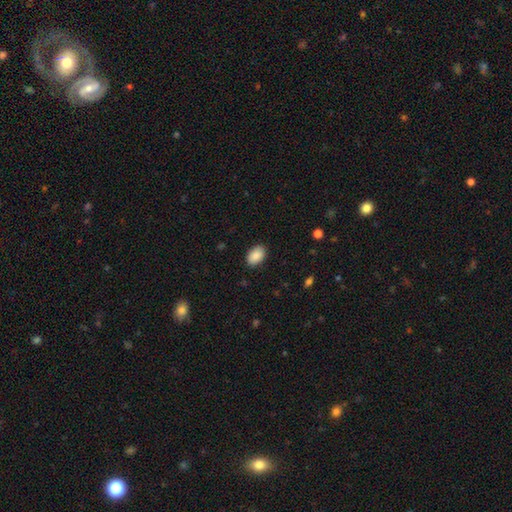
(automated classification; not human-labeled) A smooth galaxy with no disk features (89%) that is in between round and cigar-shaped (90%).

Vote fractions:
- Smooth or featured? smooth: 89% / star or artifact: 7% / featured or disk: 4%
- How rounded? in between: 90% / round: 9% / cigar-shaped: 1%
- Merging? none: 88% / minor disturbance: 9% / major disturbance: 2% / merger: 1%